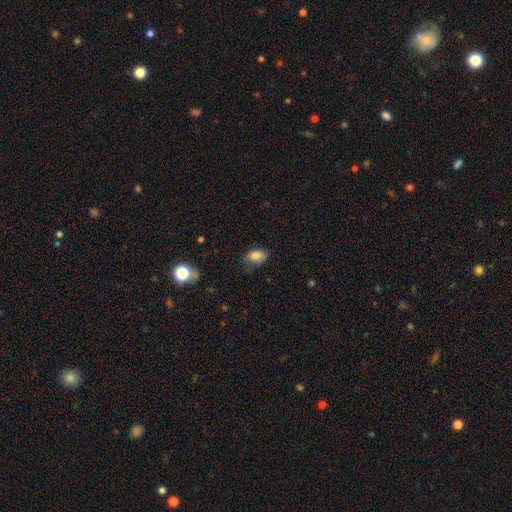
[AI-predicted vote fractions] smooth_or_featured: smooth (p=0.82) [alt: star or artifact p=0.09]
how_rounded: in between (p=0.87) [alt: round p=0.12]
merging: none (p=0.62) [alt: minor disturbance p=0.28]